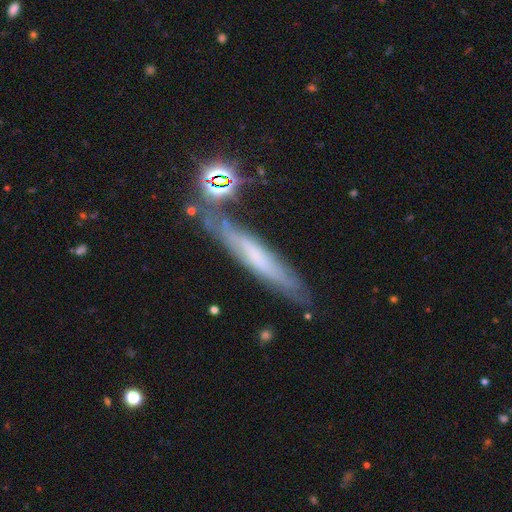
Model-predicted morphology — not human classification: The model was most divided on "smooth or featured": featured or disk: 51%, smooth: 36%, star or artifact: 13%. More confident: edge-on disk — yes (70%); merging — none (67%).